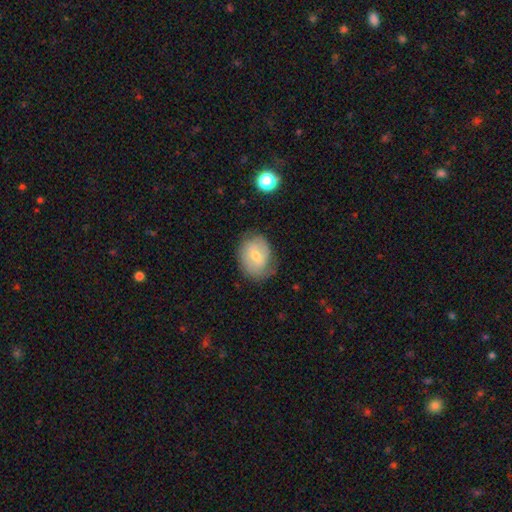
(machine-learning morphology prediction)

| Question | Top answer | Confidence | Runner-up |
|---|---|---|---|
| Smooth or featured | smooth | 49% | featured or disk (43%) |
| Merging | none | 66% | minor disturbance (25%) |